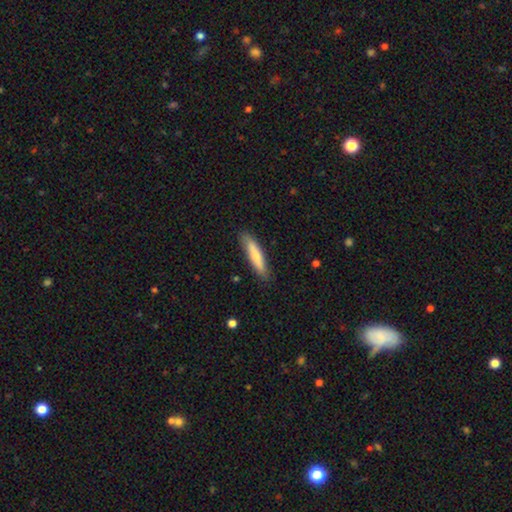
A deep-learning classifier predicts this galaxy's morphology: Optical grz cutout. It shows a smooth galaxy with no disk features (67%) that is cigar-shaped (83%). Merging: none (86%).